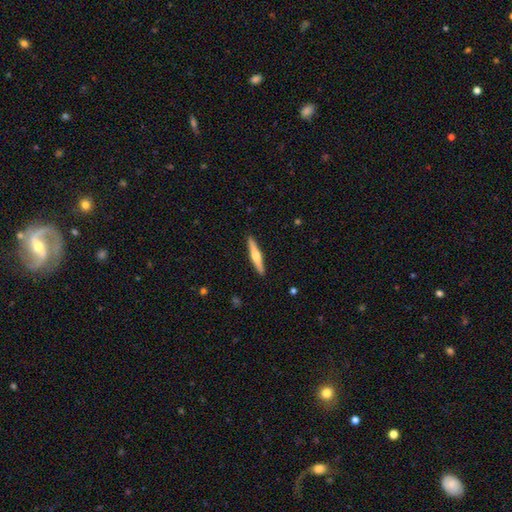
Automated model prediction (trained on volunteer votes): This is possibly a featured or disk galaxy (58%). It is clearly viewed edge-on (97%). Edge-on bulge: clearly rounded (88%). Merging: clearly none (91%).